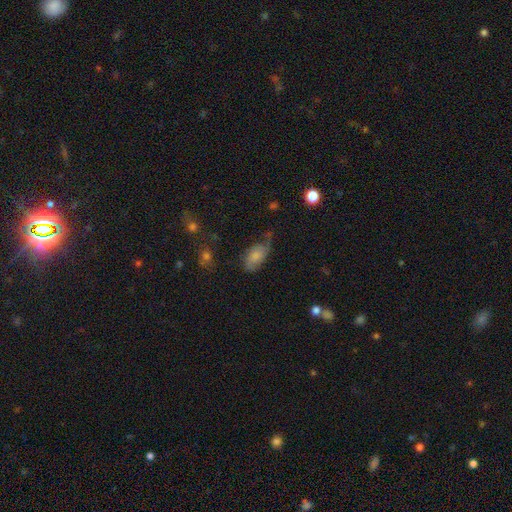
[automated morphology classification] Overall: smooth (64%; featured or disk 28%). How rounded: in between (92%). Merging: none (43%; minor disturbance 35%).